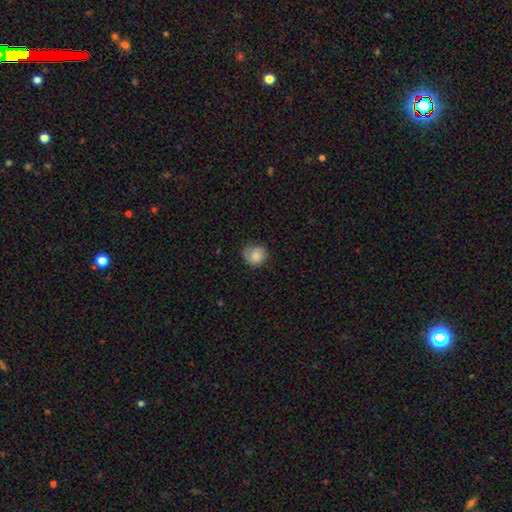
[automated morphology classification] smooth-or-featured: smooth: 79% | featured or disk: 13% | star or artifact: 8%
  how-rounded: round: 83% | in between: 16% | cigar-shaped: 1%
  merging: none: 69% | minor disturbance: 24% | major disturbance: 6% | merger: 1%